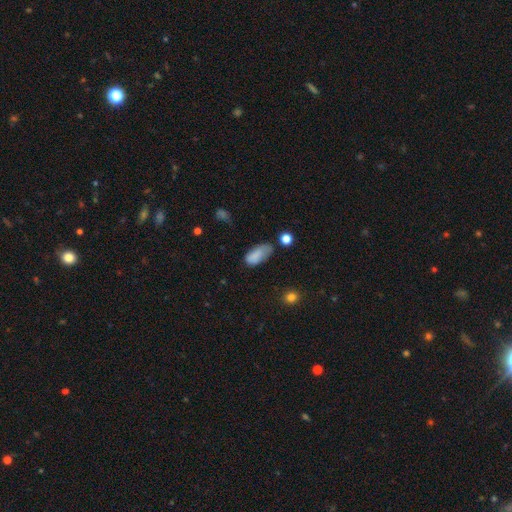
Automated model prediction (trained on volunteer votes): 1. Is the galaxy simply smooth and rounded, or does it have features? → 82% smooth, 9% star or artifact, 9% featured or disk.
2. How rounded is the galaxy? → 90% in between, 7% cigar-shaped, 3% round.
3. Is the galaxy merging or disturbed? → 46% none, 36% minor disturbance, 14% major disturbance, 5% merger.